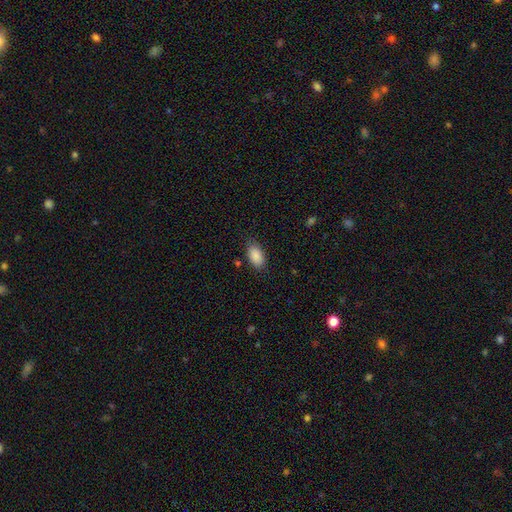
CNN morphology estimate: Smooth or featured? smooth (89%)
How rounded? in between (93%)
Merging? none (81%)